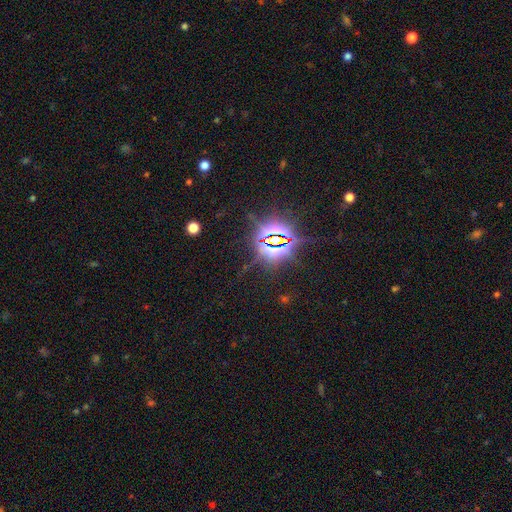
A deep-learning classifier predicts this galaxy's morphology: Overall: star or artifact (85%).